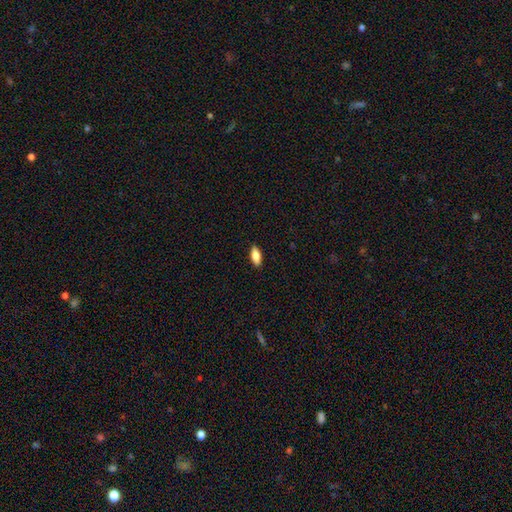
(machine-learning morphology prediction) This appears to be a smooth galaxy with no disk features (78%) that is in between round and cigar-shaped (79%). Merging: none (89%).